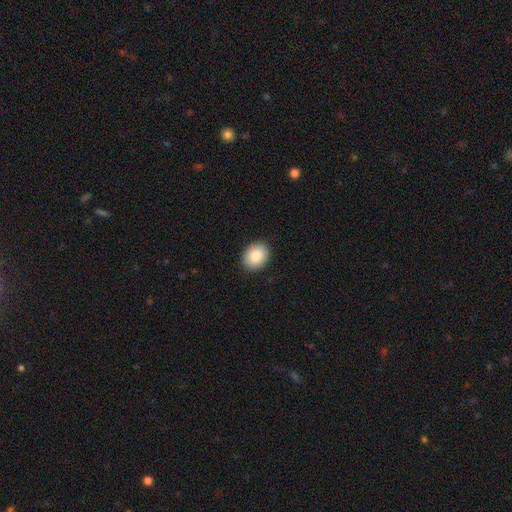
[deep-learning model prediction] Q: Smooth or featured?
A: smooth (86%); runner-up: star or artifact (8%)
Q: How rounded?
A: in between (51%); runner-up: round (48%)
Q: Merging?
A: none (90%); runner-up: minor disturbance (7%)